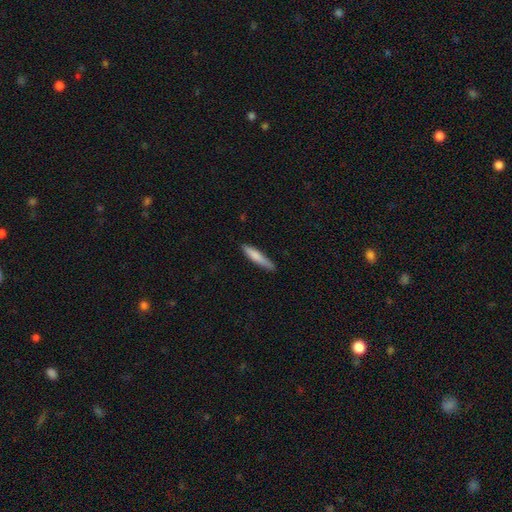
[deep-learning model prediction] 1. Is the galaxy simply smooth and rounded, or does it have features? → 75% smooth, 19% featured or disk, 5% star or artifact.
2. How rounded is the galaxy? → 89% cigar-shaped, 9% in between, 1% round.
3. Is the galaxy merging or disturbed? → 81% none, 16% minor disturbance, 2% major disturbance, 1% merger.